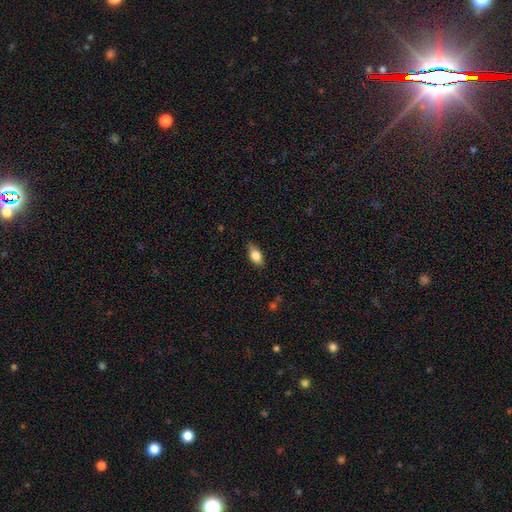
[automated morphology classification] A smooth galaxy with no disk features (77%) that is in between round and cigar-shaped (85%). Merging: none (82%).